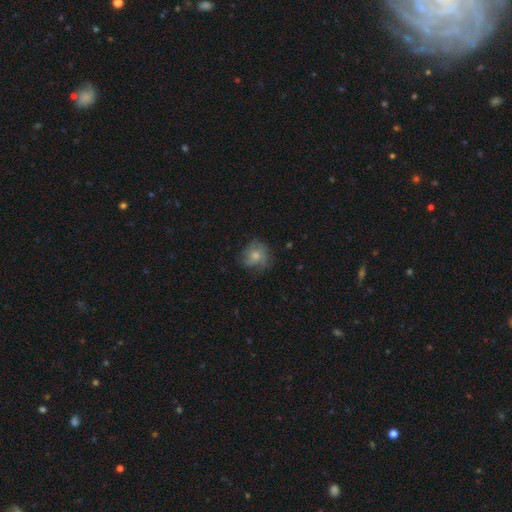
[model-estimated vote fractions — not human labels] smooth-or-featured: featured or disk: 49% | smooth: 40% | star or artifact: 11%
  merging: none: 67% | minor disturbance: 21% | major disturbance: 11% | merger: 1%